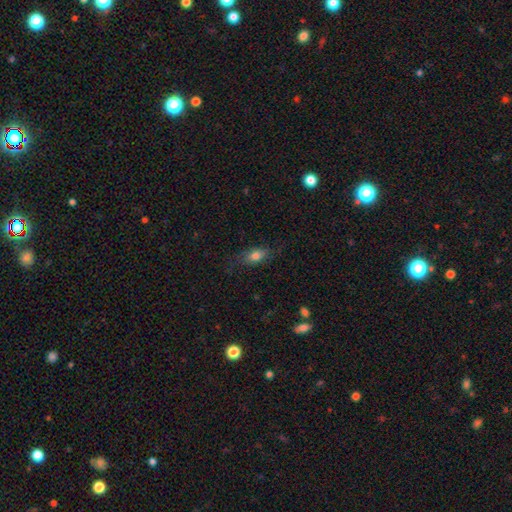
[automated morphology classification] This is likely a smooth galaxy (72%). How rounded: likely in between (79%). Merging: likely none (73%).